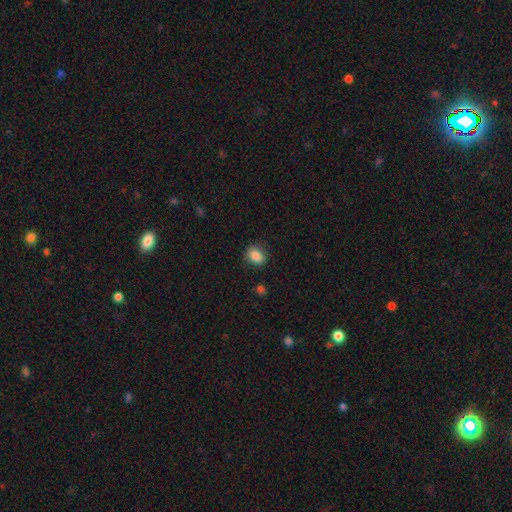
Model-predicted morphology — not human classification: This is clearly a smooth galaxy (85%). How rounded: likely in between (60%). Merging: clearly none (84%).